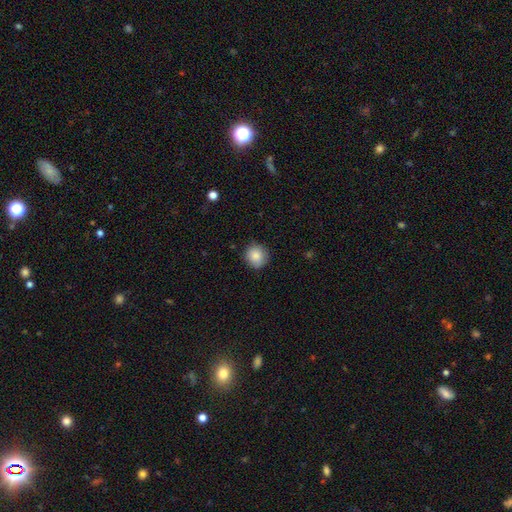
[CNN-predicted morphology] smooth_or_featured: smooth (p=0.86) [alt: star or artifact p=0.08]
how_rounded: round (p=0.91) [alt: in between p=0.08]
merging: none (p=0.86) [alt: minor disturbance p=0.11]